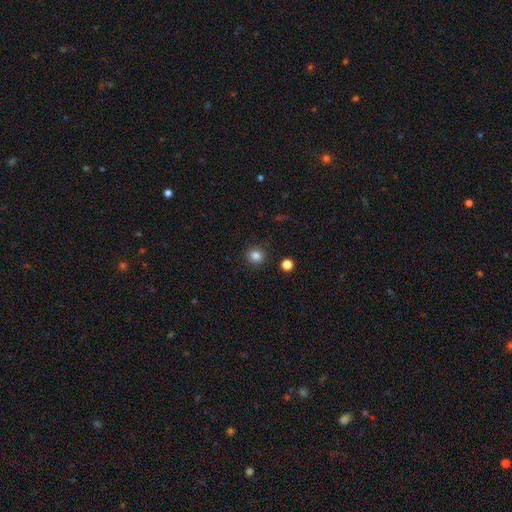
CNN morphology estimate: Smooth or featured: smooth — 84% (star or artifact — 12%)
How rounded: round — 90% (in between — 9%)
Merging: none — 89% (minor disturbance — 7%)